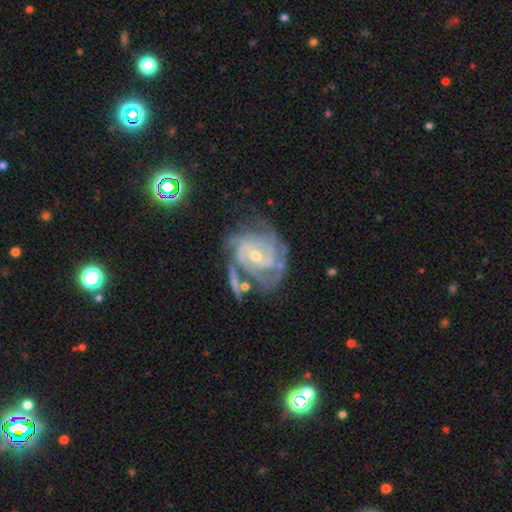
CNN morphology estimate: This appears to be a featured or disk galaxy (90%) with no bar (61%), 3 (35%) tight (67%) spiral arms (97%) and a small central bulge (56%). Merging: none (53%).